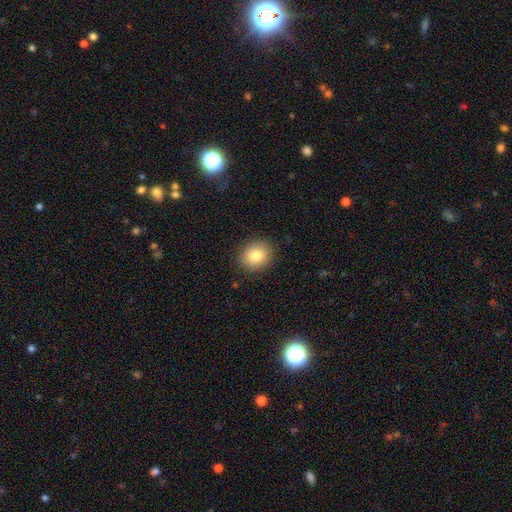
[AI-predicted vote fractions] Smooth or featured? Predicted: smooth (p=0.83). How rounded? Predicted: round (p=0.68). Merging? Predicted: none (p=0.88).